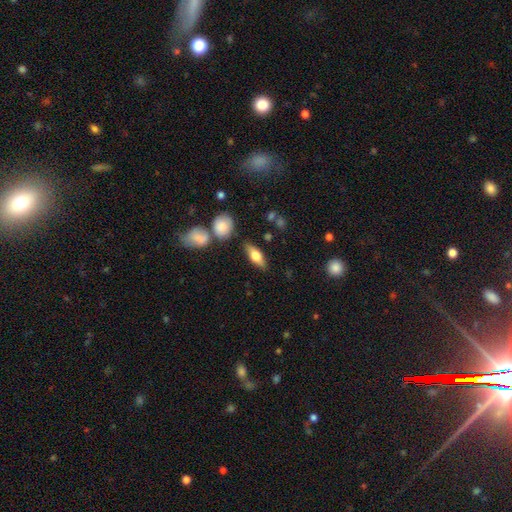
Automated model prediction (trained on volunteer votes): Smooth or featured?
  - smooth: 64% *
  - featured or disk: 28%
  - star or artifact: 7%
How rounded?
  - in between: 73% *
  - cigar-shaped: 22%
  - round: 4%
Merging?
  - none: 80% *
  - minor disturbance: 12%
  - merger: 5%
  - major disturbance: 3%